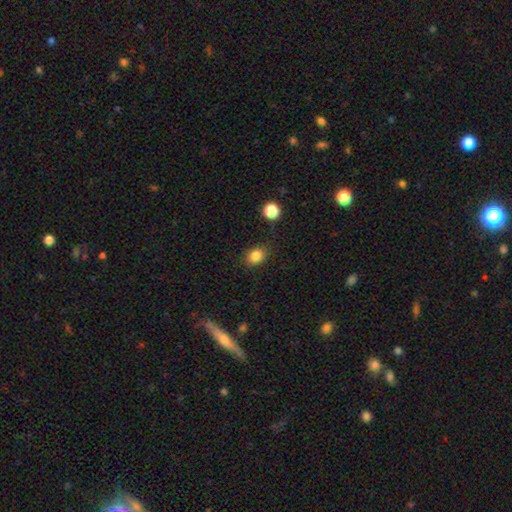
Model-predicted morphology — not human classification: This is clearly a smooth galaxy (84%). How rounded: possibly in between (51%). Merging: clearly none (82%).